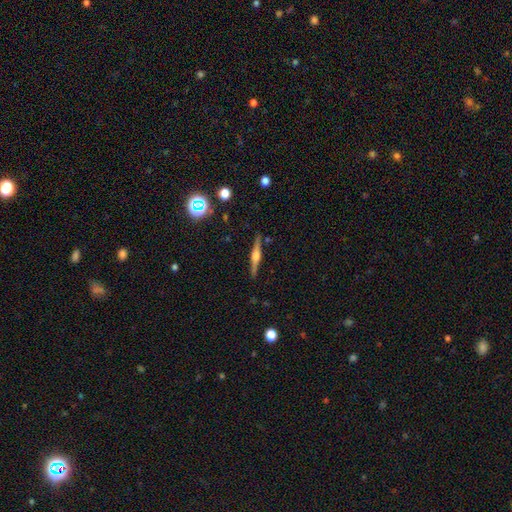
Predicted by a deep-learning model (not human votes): The model was most divided on "edge-on bulge": rounded: 77%, boxy: 20%, none: 3%. More confident: edge-on disk — yes (98%); merging — none (89%); smooth or featured — featured or disk (77%).